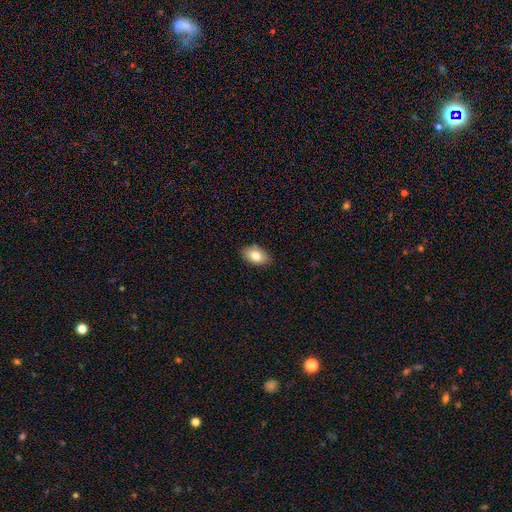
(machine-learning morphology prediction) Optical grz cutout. It shows a smooth galaxy with no disk features (80%) that is in between round and cigar-shaped (90%). Merging: none (85%).